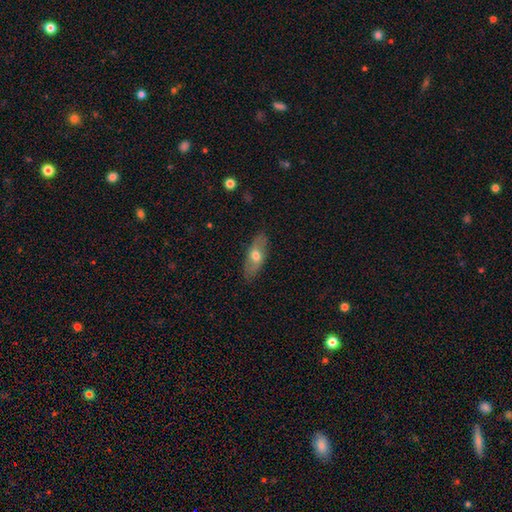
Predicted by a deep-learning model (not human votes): Smooth or featured?
  - smooth: 60% *
  - featured or disk: 34%
  - star or artifact: 6%
How rounded?
  - in between: 75% *
  - cigar-shaped: 21%
  - round: 4%
Merging?
  - none: 84% *
  - minor disturbance: 13%
  - major disturbance: 3%
  - merger: 1%